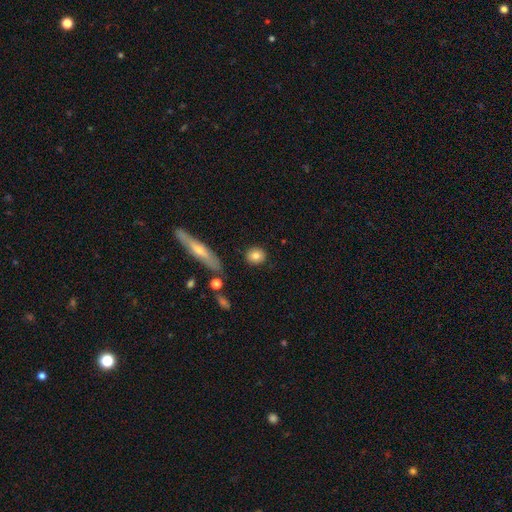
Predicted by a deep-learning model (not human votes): smooth_or_featured: smooth (p=0.80) [alt: featured or disk p=0.11]
how_rounded: round (p=0.75) [alt: in between p=0.21]
merging: none (p=0.87) [alt: minor disturbance p=0.08]